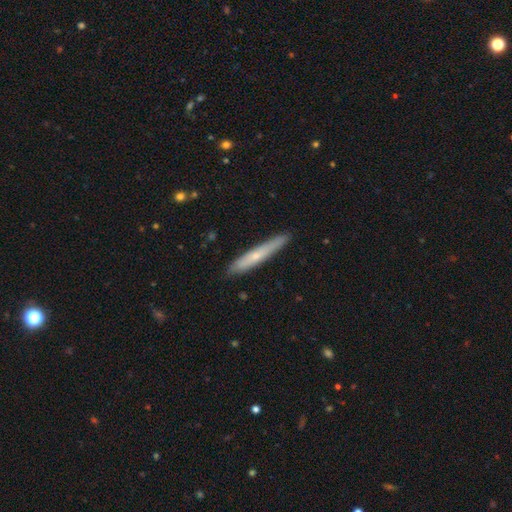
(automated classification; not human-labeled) smooth_or_featured: smooth (p=0.52) [alt: featured or disk p=0.41]
how_rounded: cigar-shaped (p=0.95) [alt: in between p=0.04]
merging: none (p=0.86) [alt: minor disturbance p=0.11]